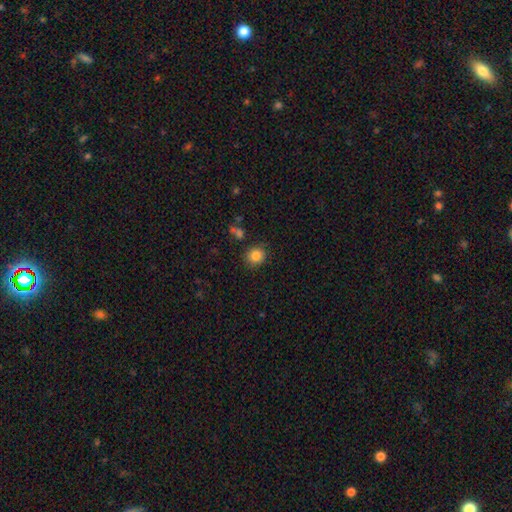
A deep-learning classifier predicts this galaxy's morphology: Q: Smooth or featured?
A: smooth (84%); runner-up: star or artifact (10%)
Q: How rounded?
A: round (84%); runner-up: in between (15%)
Q: Merging?
A: none (85%); runner-up: minor disturbance (9%)